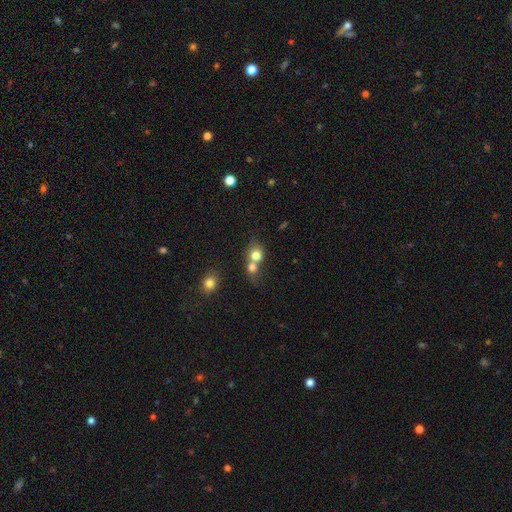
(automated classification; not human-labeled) The model was most divided on "merging": merger: 64%, none: 26%, minor disturbance: 6%, major disturbance: 4%. More confident: smooth or featured — smooth (76%); how rounded — round (74%).